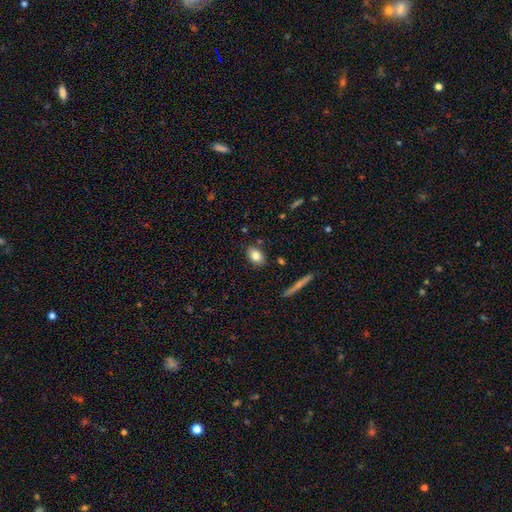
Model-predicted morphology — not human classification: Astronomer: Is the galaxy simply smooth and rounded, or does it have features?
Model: smooth — 80%.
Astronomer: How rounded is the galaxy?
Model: in between — 81%.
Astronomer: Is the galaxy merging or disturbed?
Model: none — 84%.